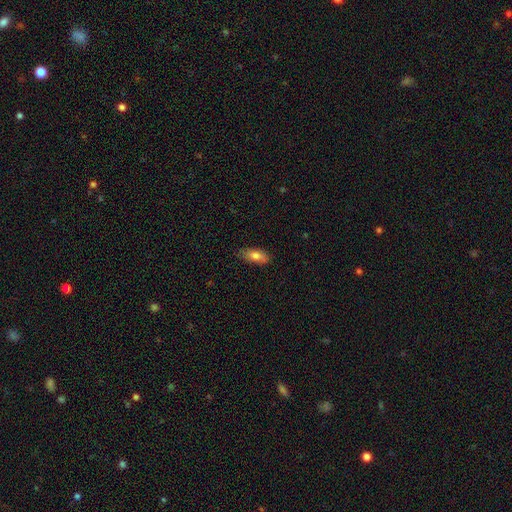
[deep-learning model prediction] Smooth or featured? smooth (79%)
How rounded? in between (77%)
Merging? none (82%)